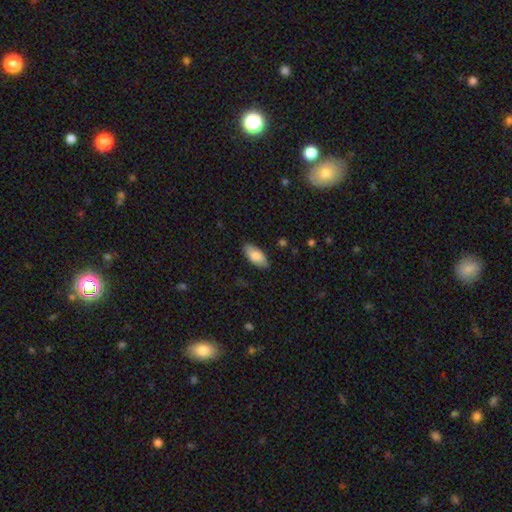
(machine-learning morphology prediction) The model was most divided on "smooth or featured": smooth: 84%, featured or disk: 10%, star or artifact: 6%. More confident: how rounded — in between (90%); merging — none (87%).